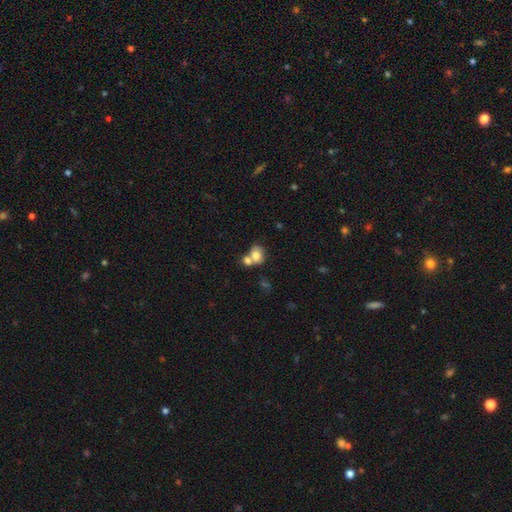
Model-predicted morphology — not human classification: Smooth or featured?
  - smooth: 76% *
  - featured or disk: 15%
  - star or artifact: 9%
How rounded?
  - in between: 50% *
  - round: 49%
  - cigar-shaped: 1%
Merging?
  - merger: 56% *
  - none: 29%
  - minor disturbance: 10%
  - major disturbance: 5%